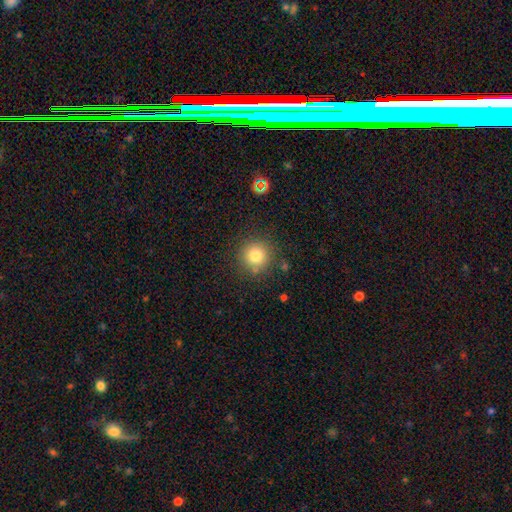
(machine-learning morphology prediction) Smooth or featured? Predicted: smooth (p=0.80). How rounded? Predicted: round (p=0.94). Merging? Predicted: none (p=0.84).